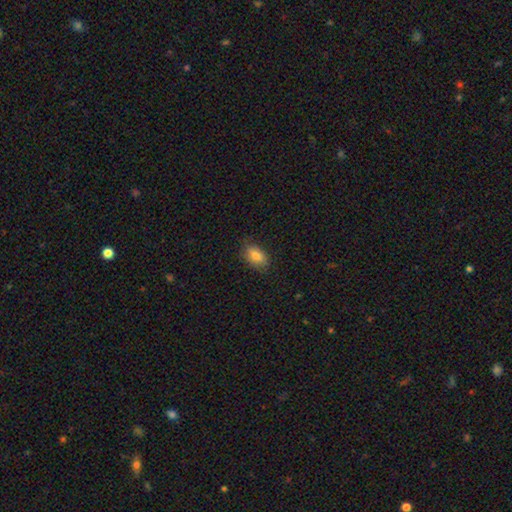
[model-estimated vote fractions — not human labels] Smooth or featured: smooth — 82% (featured or disk — 10%)
How rounded: in between — 89% (round — 8%)
Merging: none — 80% (minor disturbance — 16%)